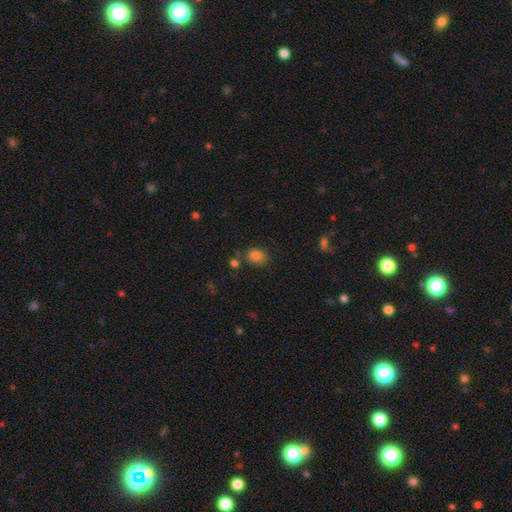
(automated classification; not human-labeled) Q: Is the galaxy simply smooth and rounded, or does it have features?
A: smooth — 83%.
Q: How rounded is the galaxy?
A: in between — 65%.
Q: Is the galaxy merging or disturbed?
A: none — 67%.